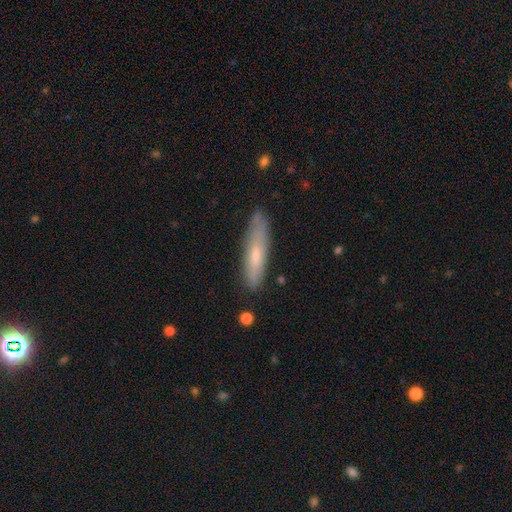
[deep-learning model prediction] smooth-or-featured: smooth: 61% | featured or disk: 32% | star or artifact: 7%
  how-rounded: cigar-shaped: 81% | in between: 17% | round: 2%
  merging: none: 82% | minor disturbance: 14% | major disturbance: 2% | merger: 2%